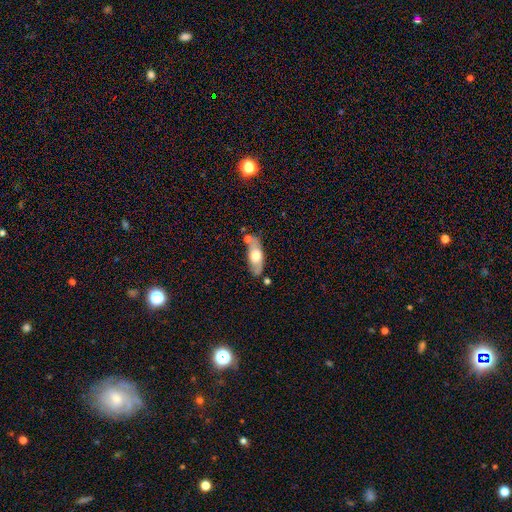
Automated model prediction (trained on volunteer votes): This is possibly a smooth galaxy (55%). How rounded: likely in between (77%). Merging: likely none (66%).